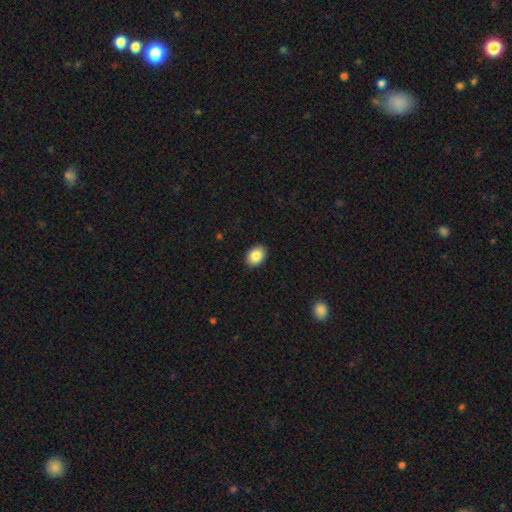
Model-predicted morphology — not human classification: Smooth or featured?
  - smooth: 87% *
  - star or artifact: 8%
  - featured or disk: 5%
How rounded?
  - in between: 70% *
  - round: 29%
  - cigar-shaped: 1%
Merging?
  - none: 90% *
  - minor disturbance: 7%
  - major disturbance: 2%
  - merger: 1%